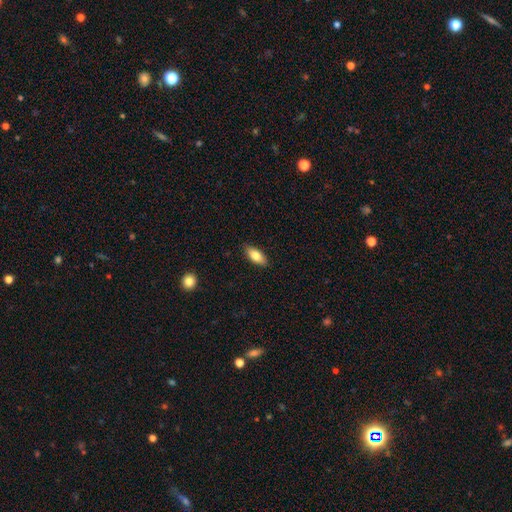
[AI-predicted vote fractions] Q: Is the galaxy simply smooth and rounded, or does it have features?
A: smooth — 80%.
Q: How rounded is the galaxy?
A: in between — 83%.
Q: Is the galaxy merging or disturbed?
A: none — 88%.